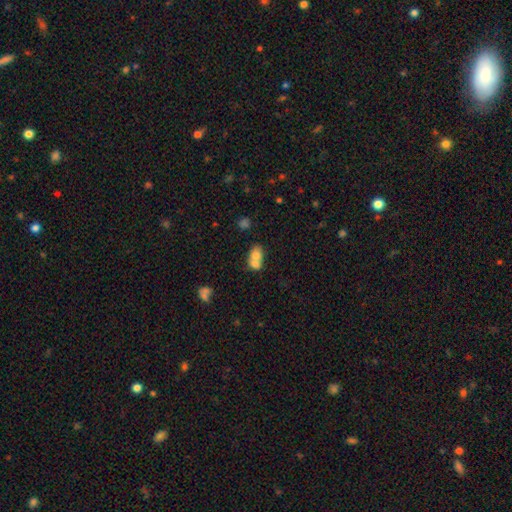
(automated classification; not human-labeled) smooth_or_featured: smooth (p=0.70) [alt: featured or disk p=0.20]
how_rounded: in between (p=0.57) [alt: round p=0.42]
merging: merger (p=0.70) [alt: none p=0.20]